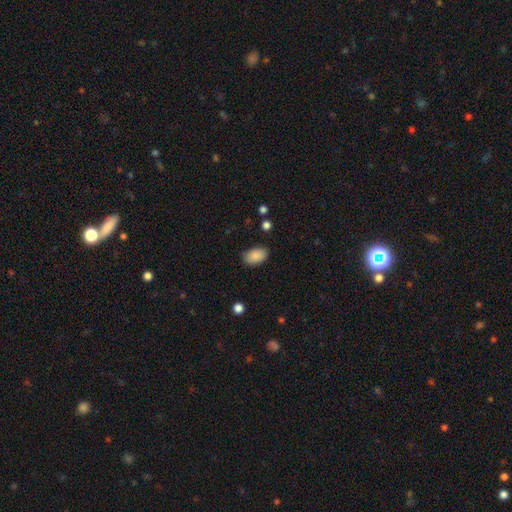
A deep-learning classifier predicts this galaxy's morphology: A smooth galaxy with no disk features (88%) that is in between round and cigar-shaped (90%).

Vote fractions:
- Smooth or featured? smooth: 88% / star or artifact: 7% / featured or disk: 5%
- How rounded? in between: 90% / round: 8% / cigar-shaped: 1%
- Merging? none: 82% / minor disturbance: 14% / major disturbance: 3% / merger: 1%